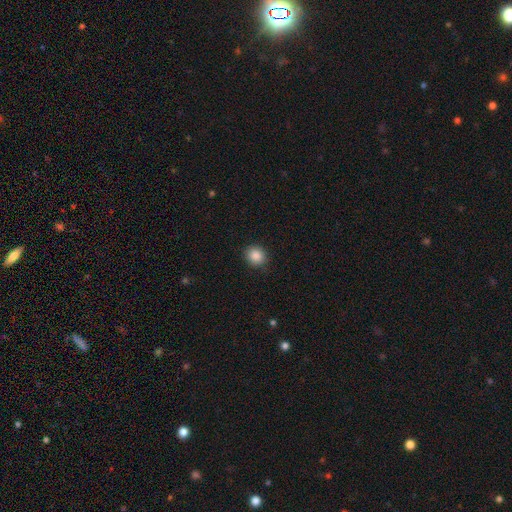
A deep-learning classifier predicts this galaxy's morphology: Overall: smooth (87%). How rounded: round (82%). Merging: none (89%).